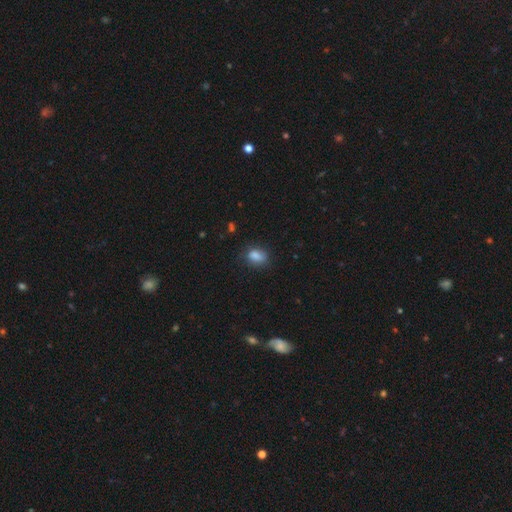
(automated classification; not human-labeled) Smooth or featured?
  - smooth: 83% *
  - star or artifact: 9%
  - featured or disk: 7%
How rounded?
  - in between: 77% *
  - round: 20%
  - cigar-shaped: 3%
Merging?
  - none: 67% *
  - minor disturbance: 24%
  - major disturbance: 6%
  - merger: 2%